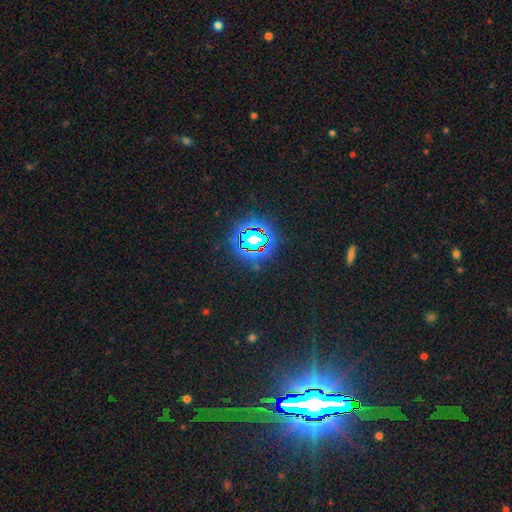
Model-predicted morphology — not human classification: This is clearly a star or artifact rather than a galaxy (86%).